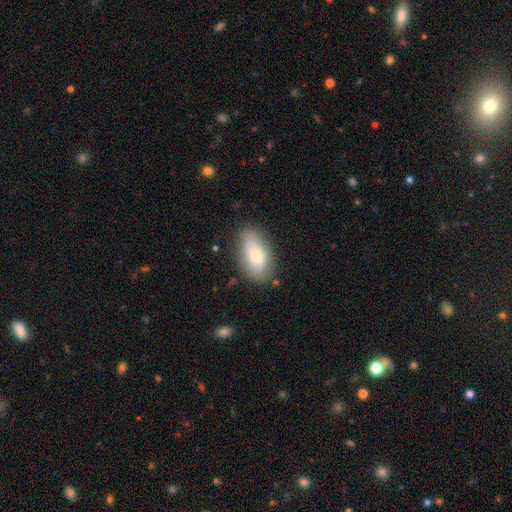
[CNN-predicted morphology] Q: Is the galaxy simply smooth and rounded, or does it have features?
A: smooth — 75%.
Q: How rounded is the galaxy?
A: in between — 92%.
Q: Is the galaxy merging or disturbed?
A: none — 73%.